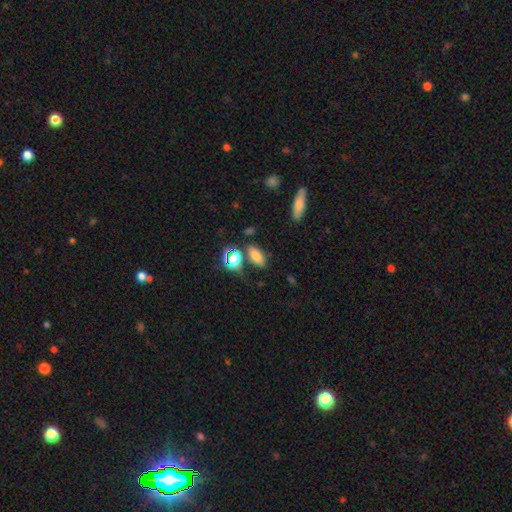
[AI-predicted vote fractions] The model was most divided on "merging": none: 74%, minor disturbance: 14%, merger: 8%, major disturbance: 5%. More confident: how rounded — in between (85%); smooth or featured — smooth (75%).